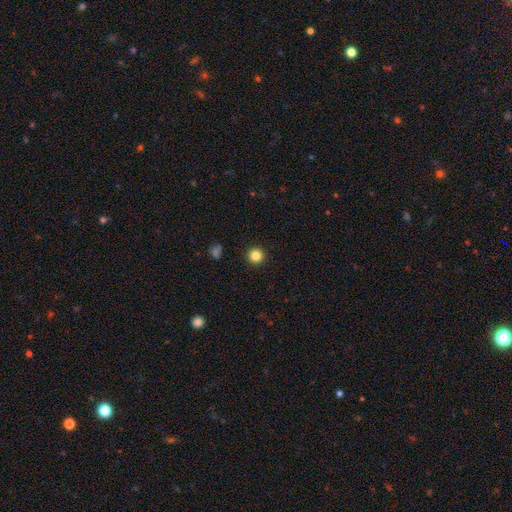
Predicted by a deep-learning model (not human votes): A smooth galaxy with no disk features (84%) that is round (96%).

Vote fractions:
- Smooth or featured? smooth: 84% / star or artifact: 12% / featured or disk: 4%
- How rounded? round: 96% / in between: 3% / cigar-shaped: 1%
- Merging? none: 93% / minor disturbance: 4% / major disturbance: 2% / merger: 1%